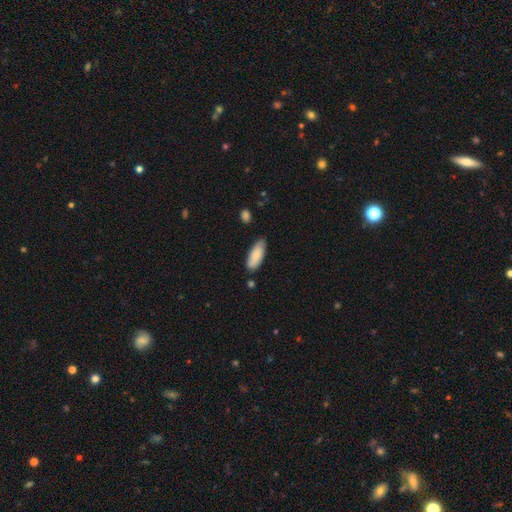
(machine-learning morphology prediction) This is clearly a smooth galaxy (84%). How rounded: likely in between (73%). Merging: likely none (73%).